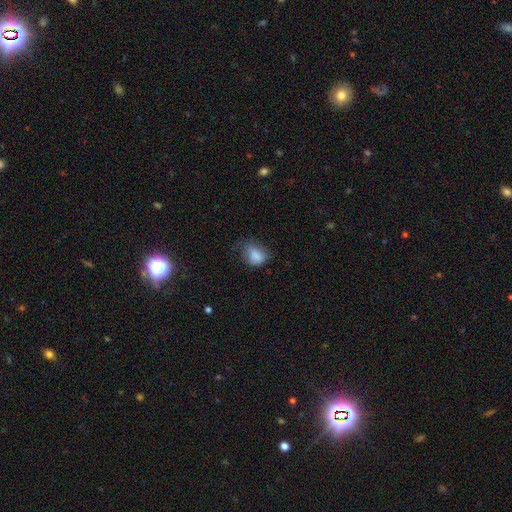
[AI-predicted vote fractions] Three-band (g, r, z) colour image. It shows a smooth galaxy with no disk features (81%) that is in between round and cigar-shaped (69%). Merging: none (40%).